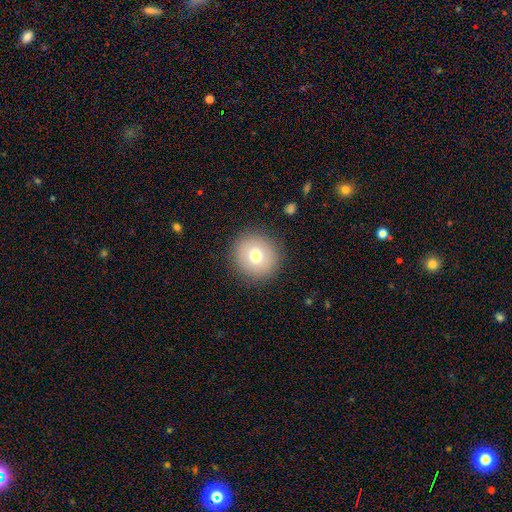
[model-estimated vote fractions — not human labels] Smooth or featured?
  - smooth: 74% *
  - featured or disk: 15%
  - star or artifact: 11%
How rounded?
  - round: 94% *
  - in between: 5%
  - cigar-shaped: 1%
Merging?
  - none: 89% *
  - minor disturbance: 7%
  - major disturbance: 3%
  - merger: 1%